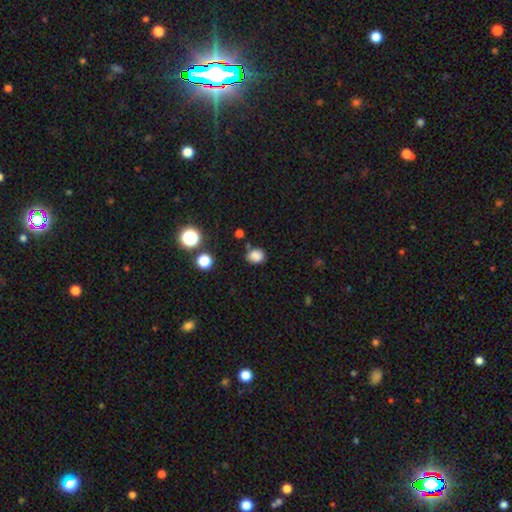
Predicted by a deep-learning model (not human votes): Q: Smooth or featured?
A: smooth (83%); runner-up: star or artifact (13%)
Q: How rounded?
A: round (50%); runner-up: in between (49%)
Q: Merging?
A: none (72%); runner-up: minor disturbance (18%)